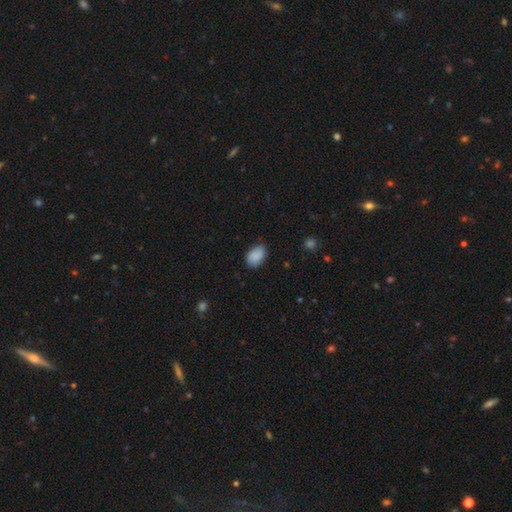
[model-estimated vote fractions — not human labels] Smooth or featured? Predicted: smooth (p=0.89). How rounded? Predicted: in between (p=0.87). Merging? Predicted: none (p=0.79).